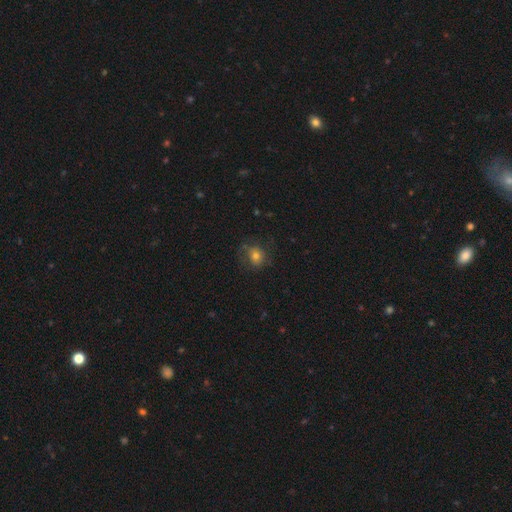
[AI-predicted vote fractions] The model was most divided on "how rounded": round: 72%, in between: 27%, cigar-shaped: 1%. More confident: merging — none (67%); smooth or featured — smooth (67%).